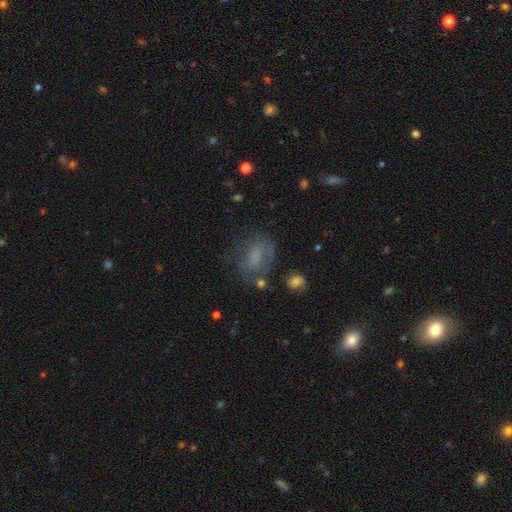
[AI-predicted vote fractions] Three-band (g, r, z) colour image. It shows a smooth galaxy with no disk features (46%). Merging: none (50%).